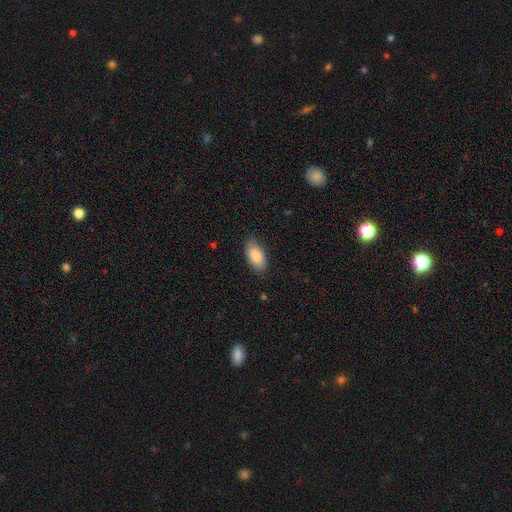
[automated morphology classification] A smooth galaxy with no disk features (85%) that is in between round and cigar-shaped (92%).

Vote fractions:
- Smooth or featured? smooth: 85% / featured or disk: 9% / star or artifact: 6%
- How rounded? in between: 92% / cigar-shaped: 6% / round: 2%
- Merging? none: 83% / minor disturbance: 13% / major disturbance: 3% / merger: 1%